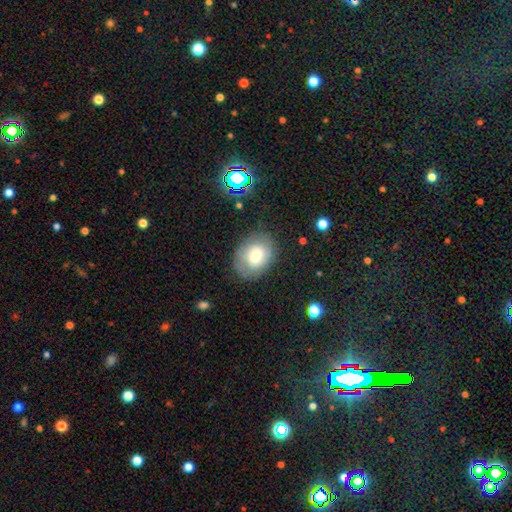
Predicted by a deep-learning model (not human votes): Overall: smooth (66%). How rounded: in between (58%; round 41%). Merging: none (76%).